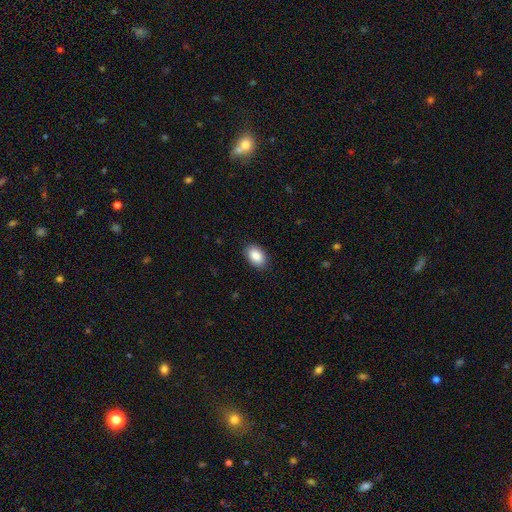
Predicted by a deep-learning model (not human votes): Morphology: type=smooth (88%); roundness=in between (90%); merging=none (88%).